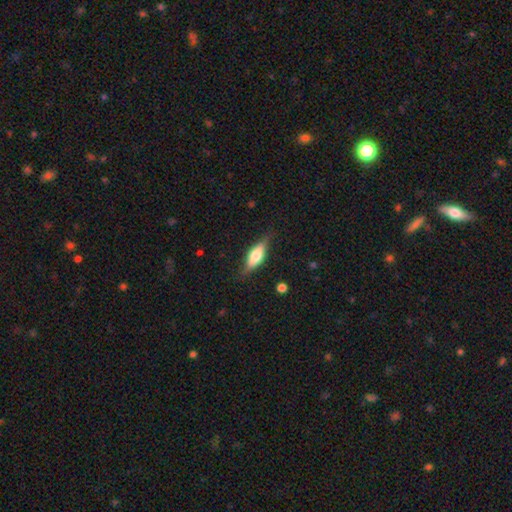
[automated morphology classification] type=smooth (54%); roundness=in between (61%); merging=none (78%).